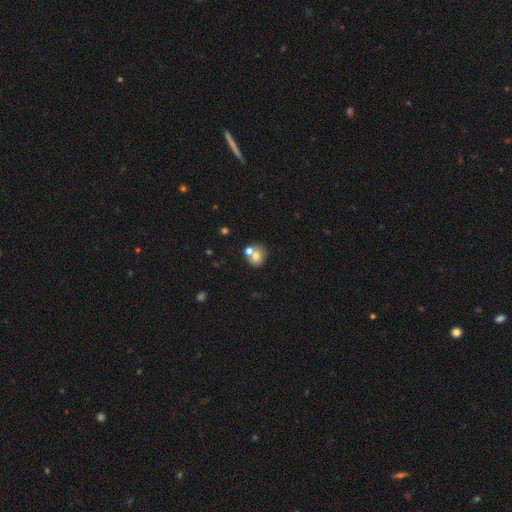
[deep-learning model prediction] Q: Smooth or featured?
A: smooth (69%); runner-up: featured or disk (20%)
Q: How rounded?
A: round (78%); runner-up: in between (21%)
Q: Merging?
A: none (52%); runner-up: merger (33%)